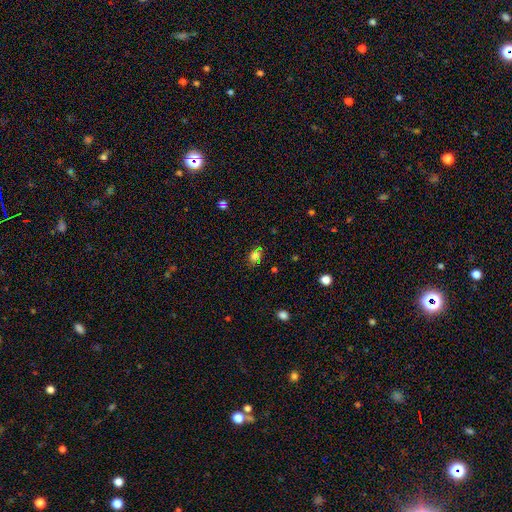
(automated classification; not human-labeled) A smooth galaxy with no disk features (57%) that is in between round and cigar-shaped (53%). Merging: none (71%).